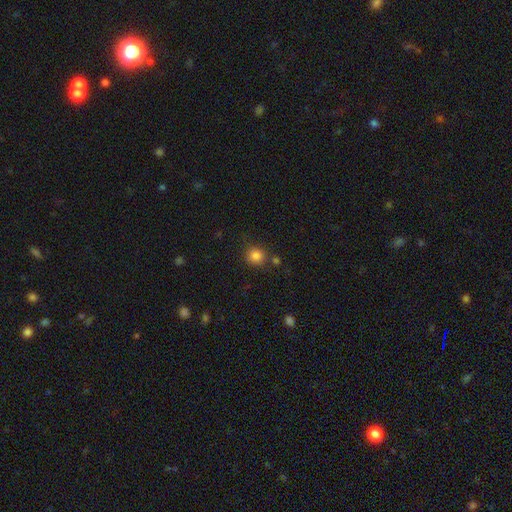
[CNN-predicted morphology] This is clearly a smooth galaxy (84%). How rounded: clearly round (88%). Merging: likely none (79%).